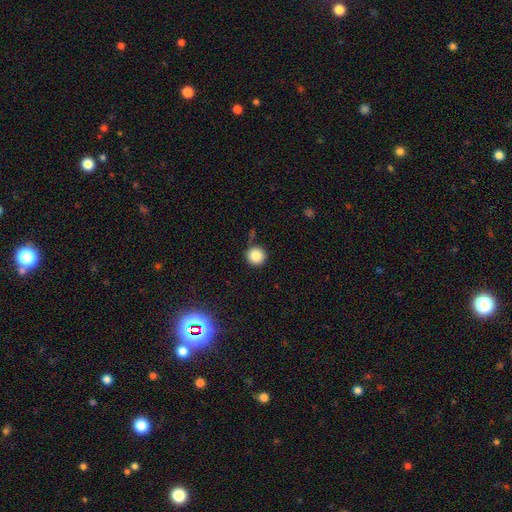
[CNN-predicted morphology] Smooth or featured?
  - smooth: 86% *
  - star or artifact: 10%
  - featured or disk: 4%
How rounded?
  - round: 95% *
  - in between: 4%
  - cigar-shaped: 1%
Merging?
  - none: 83% *
  - minor disturbance: 10%
  - merger: 4%
  - major disturbance: 3%